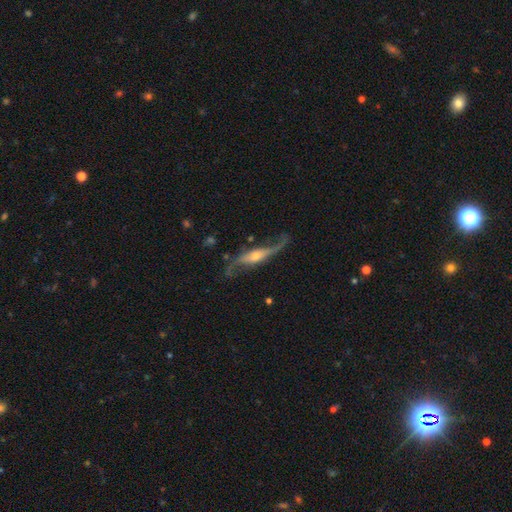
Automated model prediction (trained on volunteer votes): Smooth or featured: featured or disk — 84% (smooth — 11%)
Edge-on disk: no — 66% (yes — 34%)
Bar: no — 48% (weak — 30%)
Spiral arms: yes — 92% (no — 8%)
Spiral winding: loose — 84% (medium — 12%)
Spiral arm count: 2 — 88% (1 — 6%)
Bulge size: moderate — 49% (small — 37%)
Merging: none — 62% (minor disturbance — 20%)